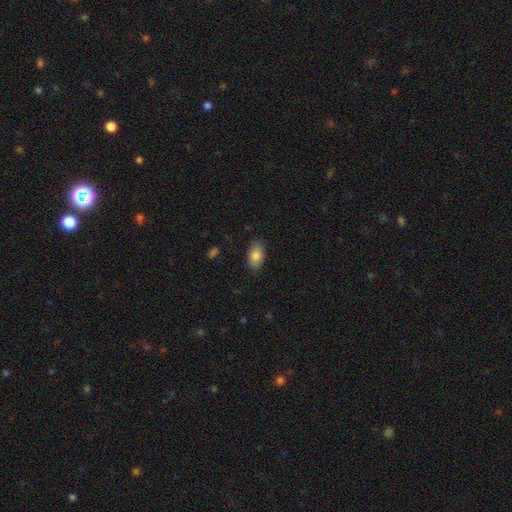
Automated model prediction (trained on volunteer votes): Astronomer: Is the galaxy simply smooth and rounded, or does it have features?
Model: smooth — 82%.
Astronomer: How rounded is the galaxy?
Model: in between — 92%.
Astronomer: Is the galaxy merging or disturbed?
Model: none — 85%.